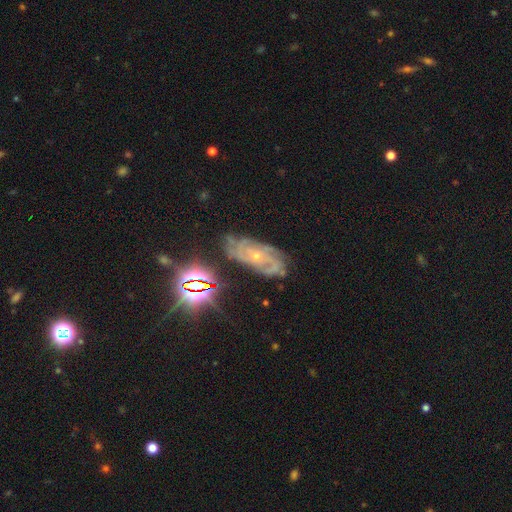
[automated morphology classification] This appears to be a featured or disk galaxy (79%) with no bar (74%), tight (66%) spiral arms (96%) and a small central bulge (75%). Merging: none (72%).